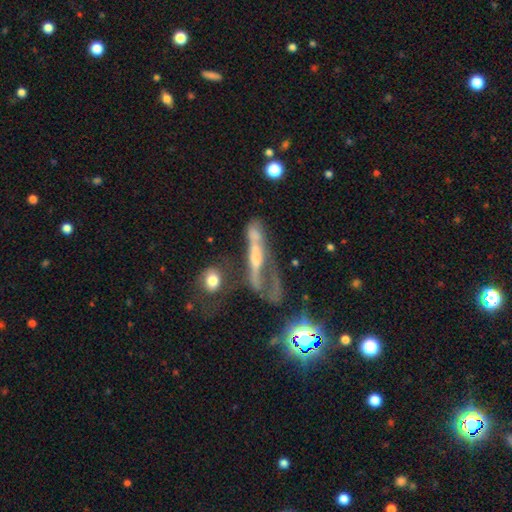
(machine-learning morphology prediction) smooth_or_featured: featured or disk (p=0.59) [alt: smooth p=0.25]
disk_edge_on: no (p=0.53) [alt: yes p=0.47]
merging: major disturbance (p=0.39) [alt: none p=0.27]